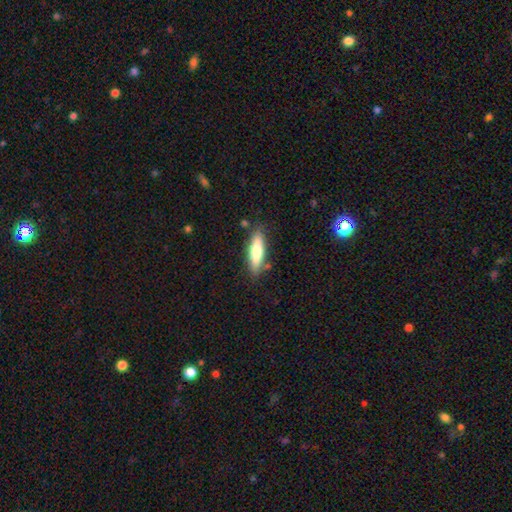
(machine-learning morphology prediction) A smooth galaxy with no disk features (69%) that is cigar-shaped (60%).

Vote fractions:
- Smooth or featured? smooth: 69% / featured or disk: 26% / star or artifact: 6%
- How rounded? cigar-shaped: 60% / in between: 38% / round: 2%
- Merging? none: 81% / minor disturbance: 13% / merger: 3% / major disturbance: 3%